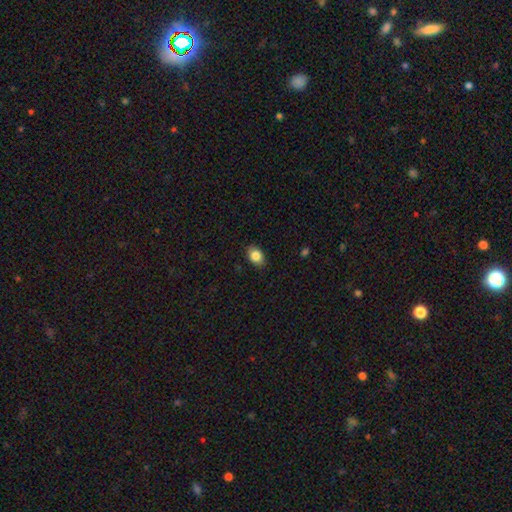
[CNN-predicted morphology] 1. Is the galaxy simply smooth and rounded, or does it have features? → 84% smooth, 8% star or artifact, 8% featured or disk.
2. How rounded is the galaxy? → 78% in between, 21% round, 1% cigar-shaped.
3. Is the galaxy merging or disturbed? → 85% none, 11% minor disturbance, 2% major disturbance, 1% merger.